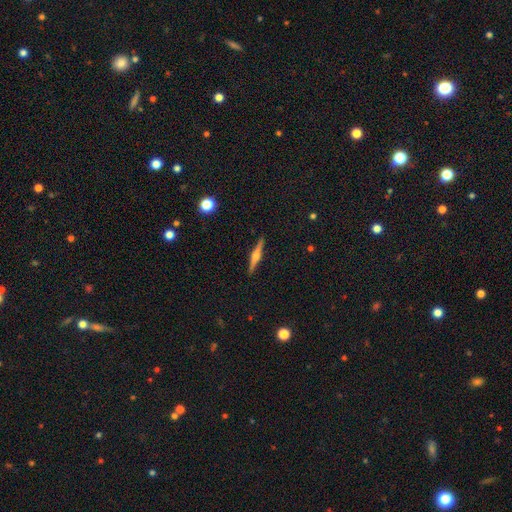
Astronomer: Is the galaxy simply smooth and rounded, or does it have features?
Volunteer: featured or disk — 92%.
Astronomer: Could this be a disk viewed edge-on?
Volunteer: yes — 97%.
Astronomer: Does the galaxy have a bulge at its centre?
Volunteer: rounded — 79%.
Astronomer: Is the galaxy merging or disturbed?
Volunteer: none — 87%.